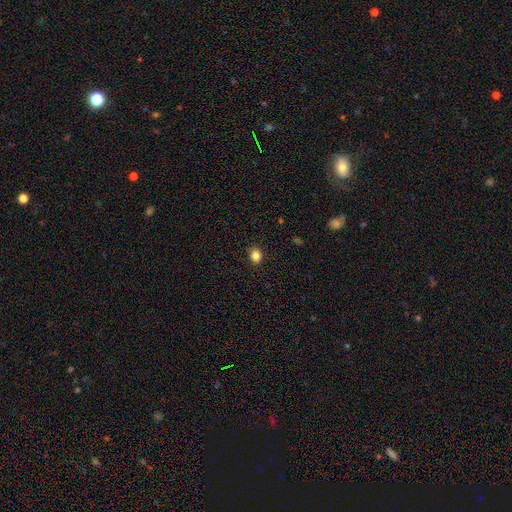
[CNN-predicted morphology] Smooth or featured?
  - smooth: 84% *
  - star or artifact: 11%
  - featured or disk: 5%
How rounded?
  - round: 63% *
  - in between: 36%
  - cigar-shaped: 1%
Merging?
  - none: 90% *
  - minor disturbance: 7%
  - major disturbance: 2%
  - merger: 1%